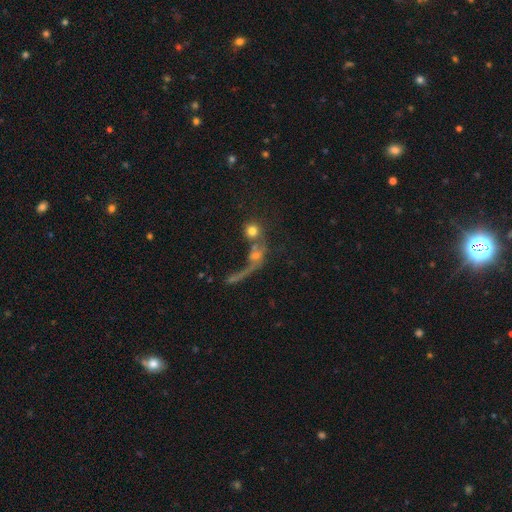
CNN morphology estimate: smooth 47%, featured or disk 34%, star or artifact 19%. Down the decision tree: merging — merger (46%).